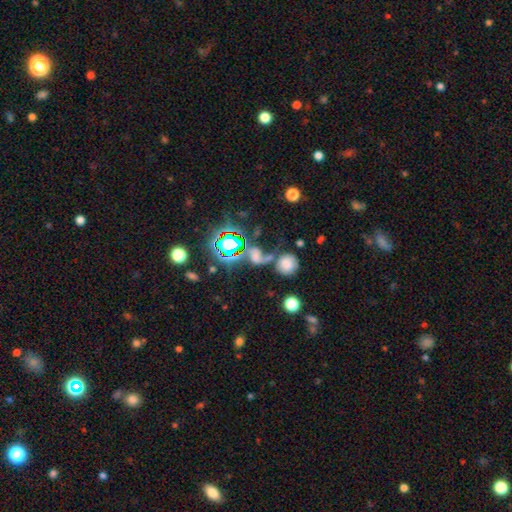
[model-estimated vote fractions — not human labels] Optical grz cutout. It shows a star or artifact, not a galaxy (38%).